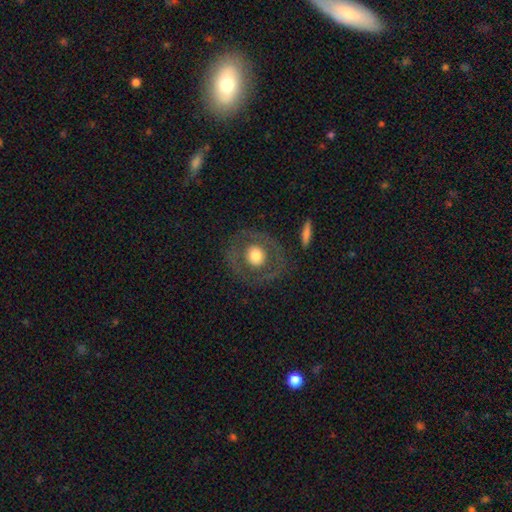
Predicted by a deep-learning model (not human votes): This appears to be a smooth galaxy with no disk features (51%) that is round (86%). Merging: none (80%).